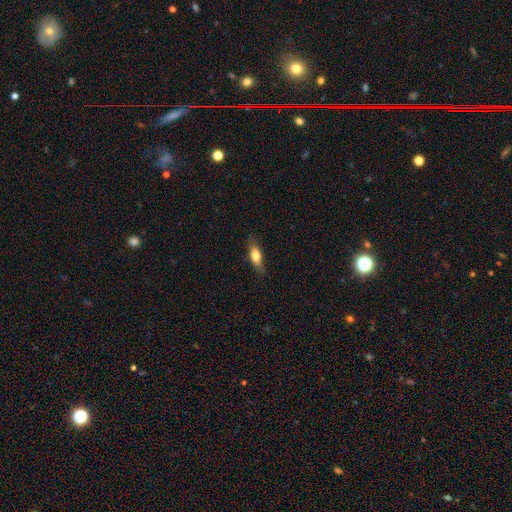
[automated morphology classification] Smooth or featured? smooth (72%)
How rounded? in between (64%)
Merging? none (76%)